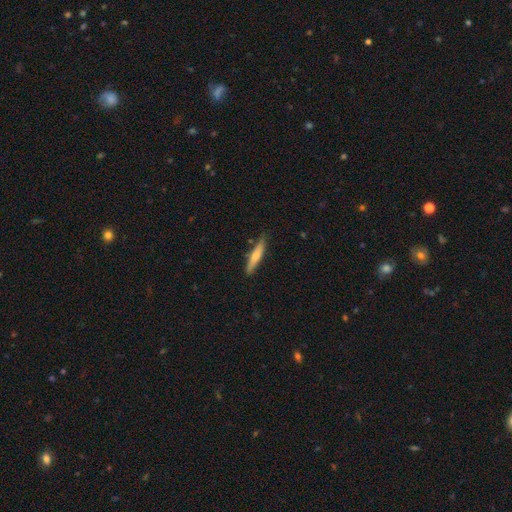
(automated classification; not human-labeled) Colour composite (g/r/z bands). It shows a smooth galaxy with no disk features (68%) that is cigar-shaped (90%). Merging: none (82%).